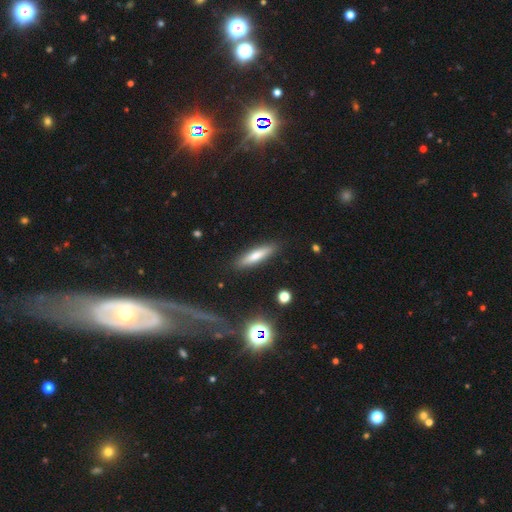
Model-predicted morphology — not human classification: type=smooth (69%); roundness=cigar-shaped (78%); merging=none (88%).